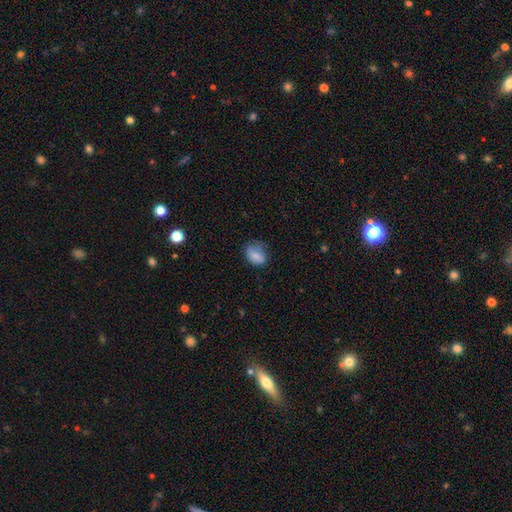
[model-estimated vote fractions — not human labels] Smooth or featured: smooth — 81% (featured or disk — 10%)
How rounded: in between — 71% (round — 28%)
Merging: none — 55% (minor disturbance — 32%)